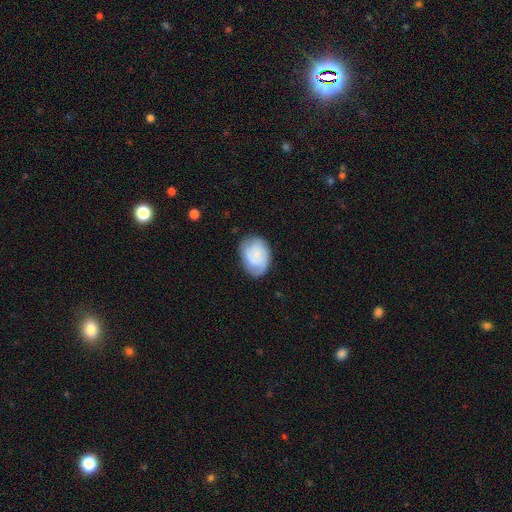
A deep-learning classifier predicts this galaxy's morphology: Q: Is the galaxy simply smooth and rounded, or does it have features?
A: smooth — 50%.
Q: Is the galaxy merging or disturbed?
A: none — 71%.